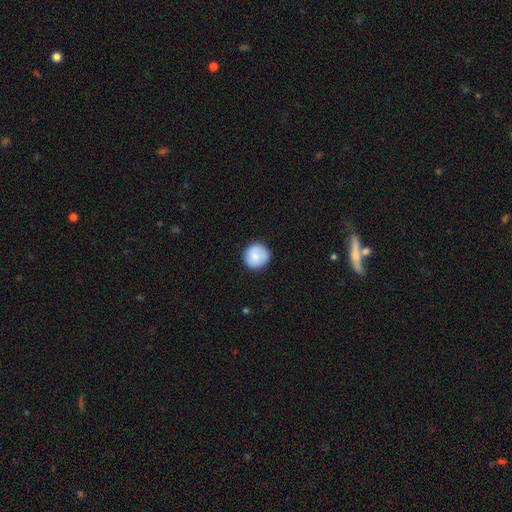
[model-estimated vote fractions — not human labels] Overall: smooth (79%). How rounded: round (94%). Merging: none (88%).